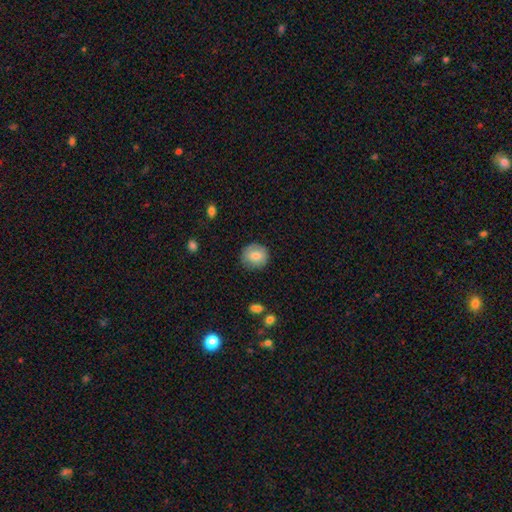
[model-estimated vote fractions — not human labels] Morphology: type=smooth (81%); roundness=round (83%); merging=none (82%).